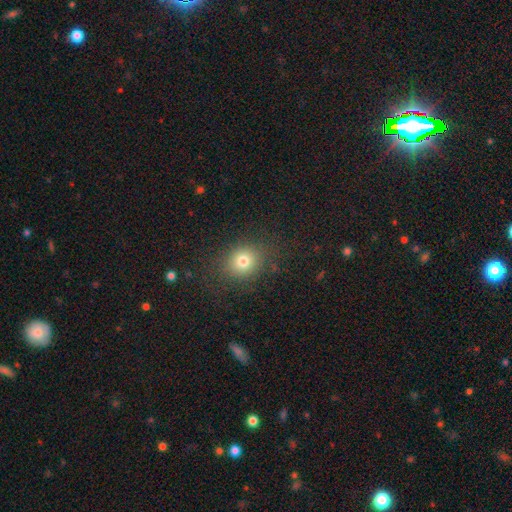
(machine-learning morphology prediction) This appears to be a smooth galaxy with no disk features (67%) that is round (66%). Merging: none (88%).